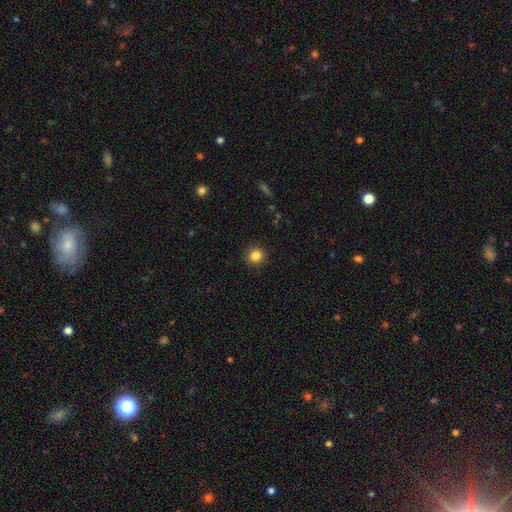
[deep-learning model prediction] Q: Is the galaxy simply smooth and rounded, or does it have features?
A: smooth — 84%.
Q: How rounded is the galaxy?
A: round — 95%.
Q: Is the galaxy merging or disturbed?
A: none — 92%.